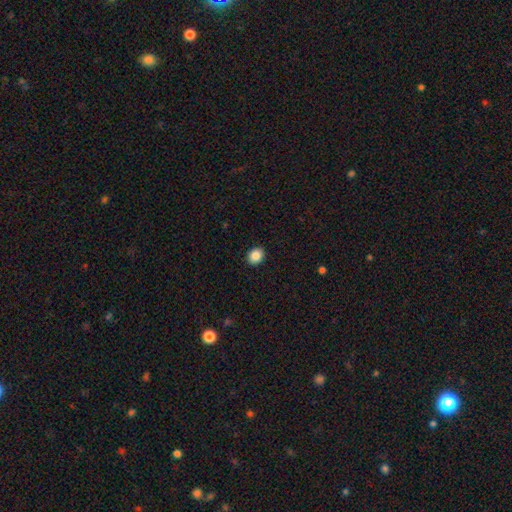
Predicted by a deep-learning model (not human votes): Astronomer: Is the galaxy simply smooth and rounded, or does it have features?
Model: smooth — 87%.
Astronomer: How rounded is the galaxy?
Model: round — 61% (runner-up: in between, 39%).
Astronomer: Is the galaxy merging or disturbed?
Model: none — 92%.